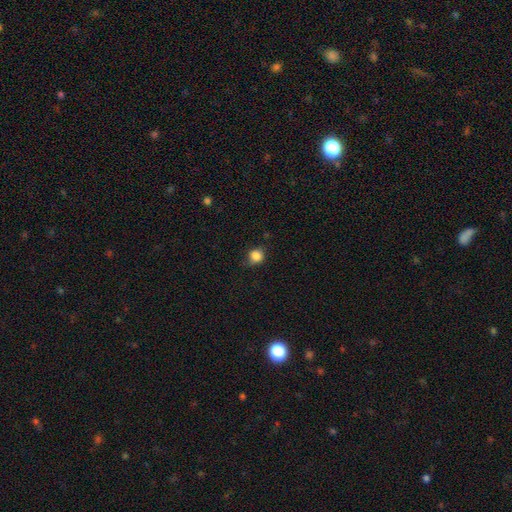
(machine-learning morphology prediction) smooth-or-featured: smooth: 85% | star or artifact: 11% | featured or disk: 5%
  how-rounded: round: 82% | in between: 17% | cigar-shaped: 1%
  merging: none: 70% | minor disturbance: 23% | major disturbance: 5% | merger: 1%